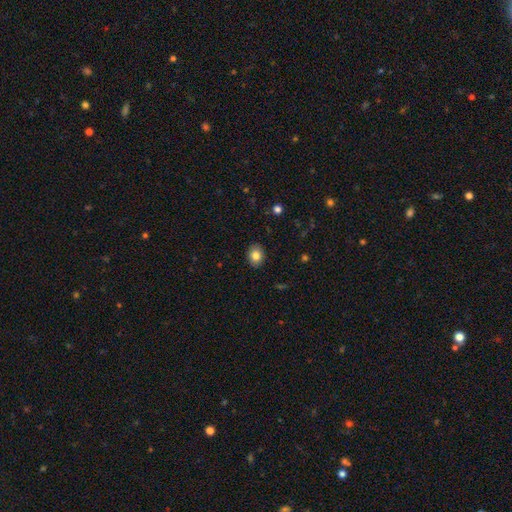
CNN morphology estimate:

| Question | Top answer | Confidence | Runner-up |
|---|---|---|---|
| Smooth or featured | smooth | 83% | star or artifact (9%) |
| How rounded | in between | 57% | round (42%) |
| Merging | none | 89% | minor disturbance (8%) |